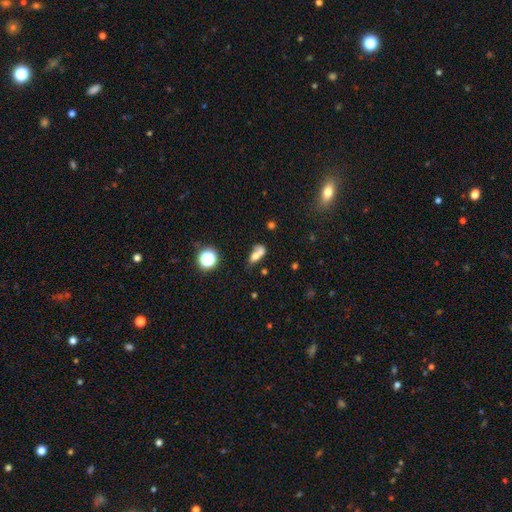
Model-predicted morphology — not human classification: Q: Smooth or featured?
A: smooth (62%); runner-up: featured or disk (23%)
Q: How rounded?
A: in between (66%); runner-up: round (21%)
Q: Merging?
A: merger (54%); runner-up: none (24%)